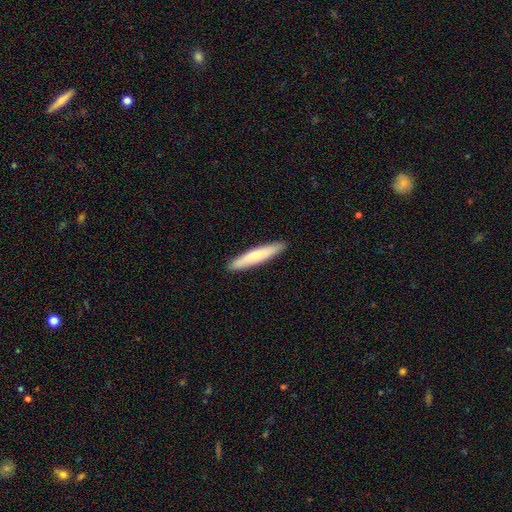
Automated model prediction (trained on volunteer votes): A smooth galaxy with no disk features (61%) that is cigar-shaped (92%).

Vote fractions:
- Smooth or featured? smooth: 61% / featured or disk: 34% / star or artifact: 5%
- How rounded? cigar-shaped: 92% / in between: 7% / round: 1%
- Merging? none: 91% / minor disturbance: 6% / major disturbance: 1% / merger: 1%